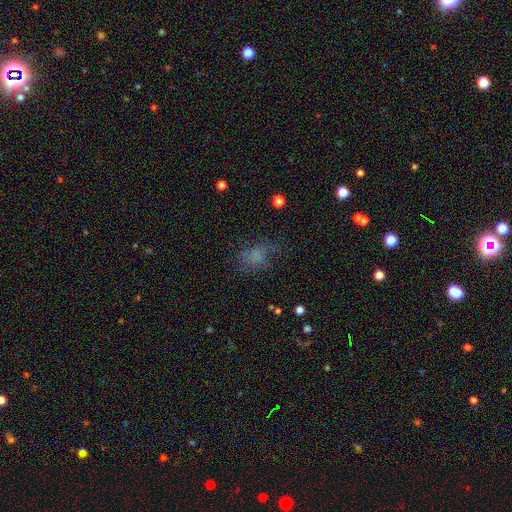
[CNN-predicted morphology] smooth-or-featured: smooth: 61% | featured or disk: 20% | star or artifact: 19%
  how-rounded: in between: 65% | round: 33% | cigar-shaped: 2%
  merging: none: 52% | minor disturbance: 23% | major disturbance: 22% | merger: 2%